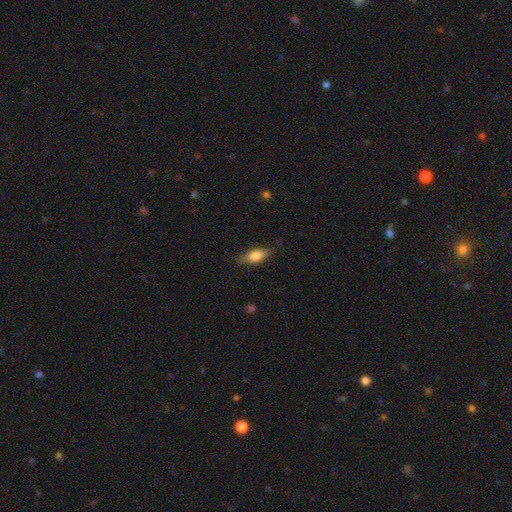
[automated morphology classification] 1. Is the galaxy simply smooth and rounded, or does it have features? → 67% smooth, 26% featured or disk, 7% star or artifact.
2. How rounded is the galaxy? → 64% in between, 32% cigar-shaped, 3% round.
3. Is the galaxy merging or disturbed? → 80% none, 16% minor disturbance, 3% major disturbance, 1% merger.